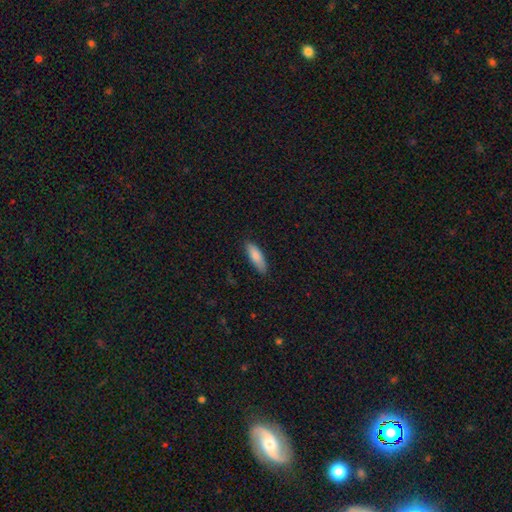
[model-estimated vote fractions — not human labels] Smooth or featured? smooth (83%)
How rounded? in between (52%)
Merging? none (85%)